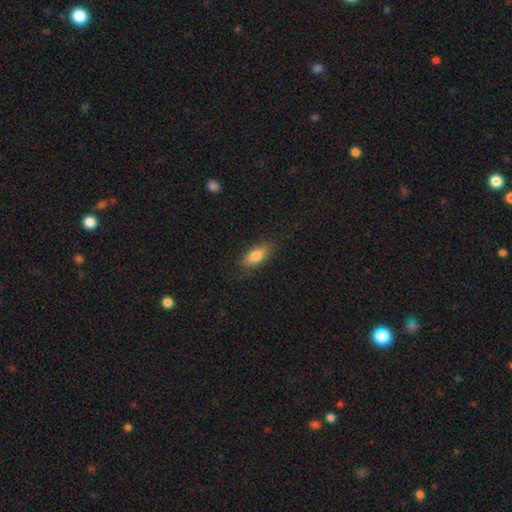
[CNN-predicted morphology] A smooth galaxy with no disk features (82%) that is in between round and cigar-shaped (79%).

Vote fractions:
- Smooth or featured? smooth: 82% / featured or disk: 10% / star or artifact: 7%
- How rounded? in between: 79% / cigar-shaped: 18% / round: 3%
- Merging? none: 83% / minor disturbance: 13% / major disturbance: 3% / merger: 1%